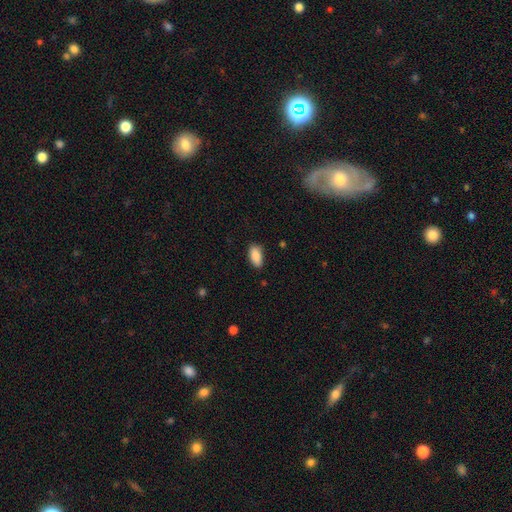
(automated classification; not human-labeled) This appears to be a smooth galaxy with no disk features (88%) that is in between round and cigar-shaped (91%). Merging: none (82%).